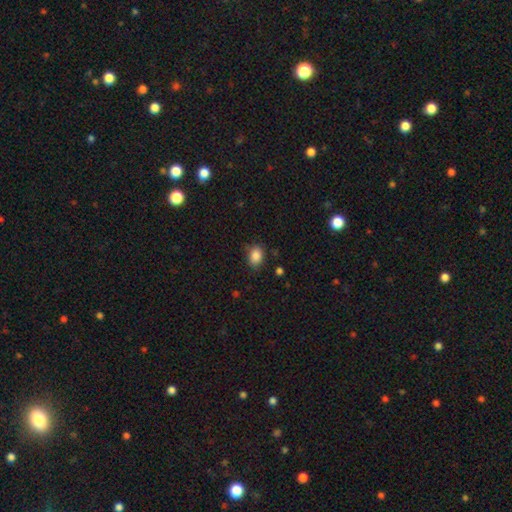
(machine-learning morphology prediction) Overall: smooth (86%). How rounded: in between (63%; round 36%). Merging: none (80%).